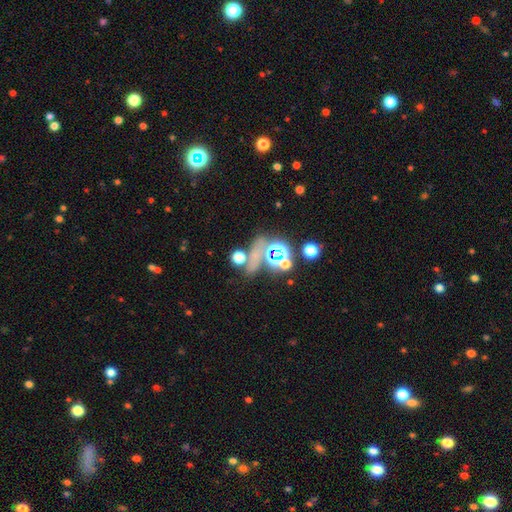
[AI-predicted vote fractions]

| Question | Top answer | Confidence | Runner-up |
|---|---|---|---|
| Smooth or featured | star or artifact | 55% | smooth (30%) |